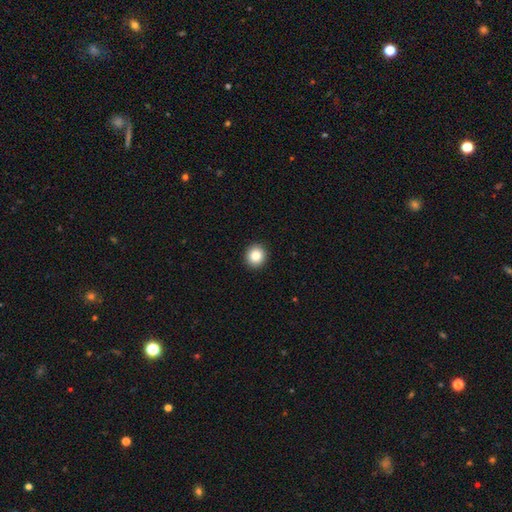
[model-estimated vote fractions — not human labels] The model was most divided on "smooth or featured": smooth: 85%, star or artifact: 9%, featured or disk: 6%. More confident: merging — none (93%); how rounded — round (91%).